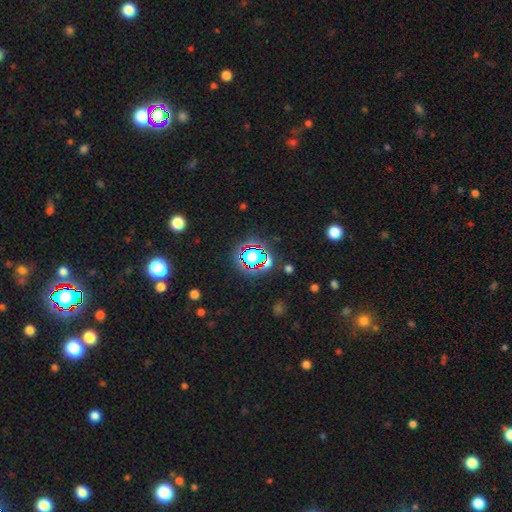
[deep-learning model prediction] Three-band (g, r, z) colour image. It shows a star or artifact, not a galaxy (80%).